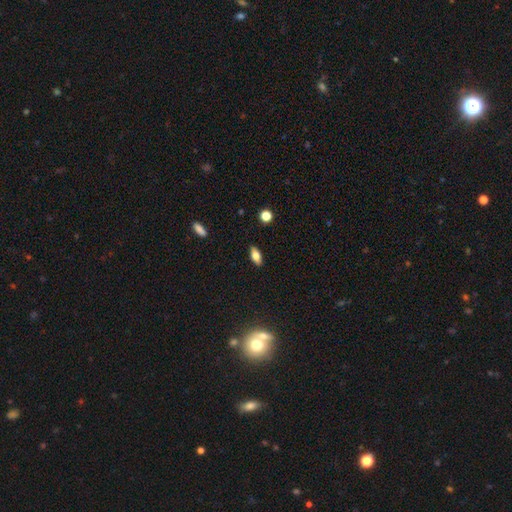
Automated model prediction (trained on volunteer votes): A smooth galaxy with no disk features (68%) that is in between round and cigar-shaped (79%). Merging: none (88%).